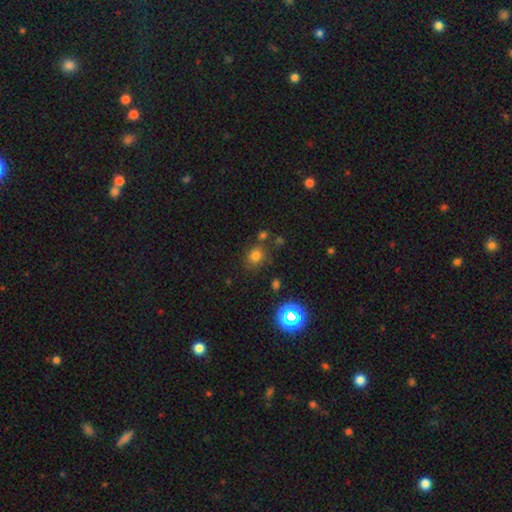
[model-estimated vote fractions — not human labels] This is likely a smooth galaxy (73%). How rounded: likely round (71%). Merging: likely none (74%).